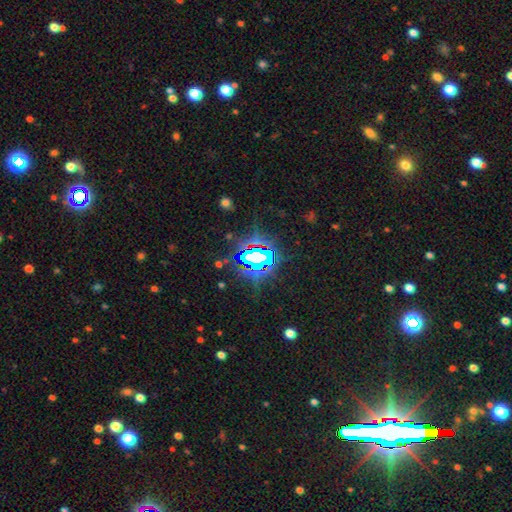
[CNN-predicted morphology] A star or artifact, not a galaxy (75%).